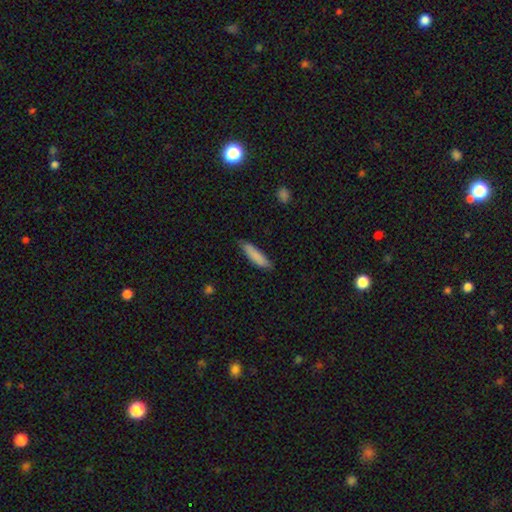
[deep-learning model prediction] Smooth or featured? smooth (84%)
How rounded? cigar-shaped (73%)
Merging? none (76%)